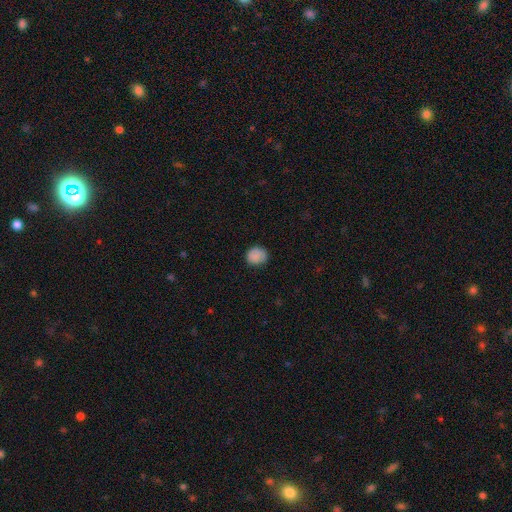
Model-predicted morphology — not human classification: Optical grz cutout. It shows a smooth galaxy with no disk features (85%) that is round (82%). Merging: none (81%).